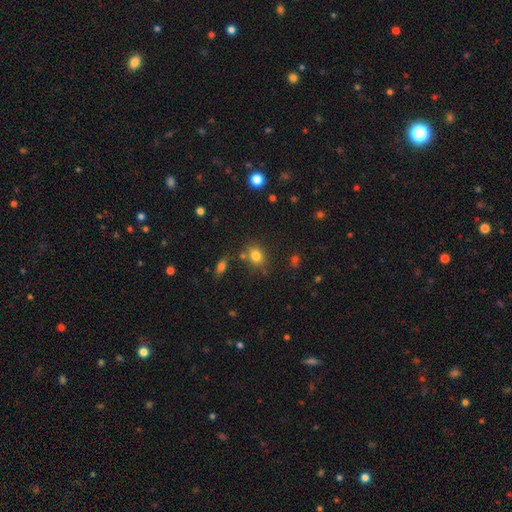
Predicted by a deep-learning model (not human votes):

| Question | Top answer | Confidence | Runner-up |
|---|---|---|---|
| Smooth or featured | smooth | 79% | star or artifact (13%) |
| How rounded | round | 53% | in between (46%) |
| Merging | none | 73% | minor disturbance (13%) |